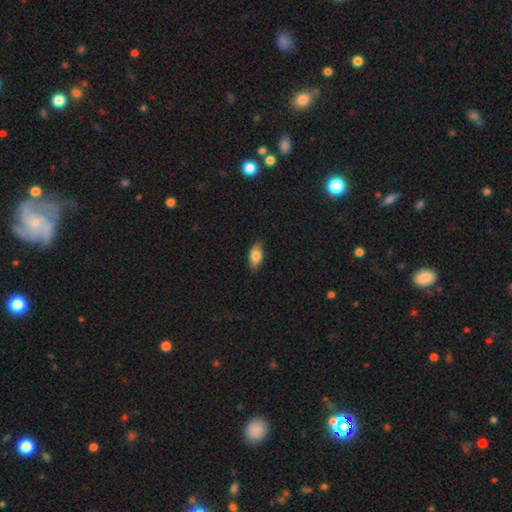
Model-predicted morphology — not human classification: The model was most divided on "smooth or featured": smooth: 81%, featured or disk: 13%, star or artifact: 7%. More confident: how rounded — in between (88%); merging — none (86%).